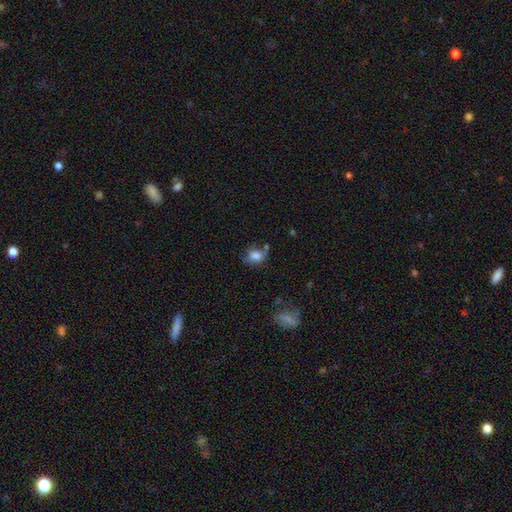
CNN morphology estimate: Smooth or featured? smooth (78%)
How rounded? in between (53%)
Merging? none (51%)